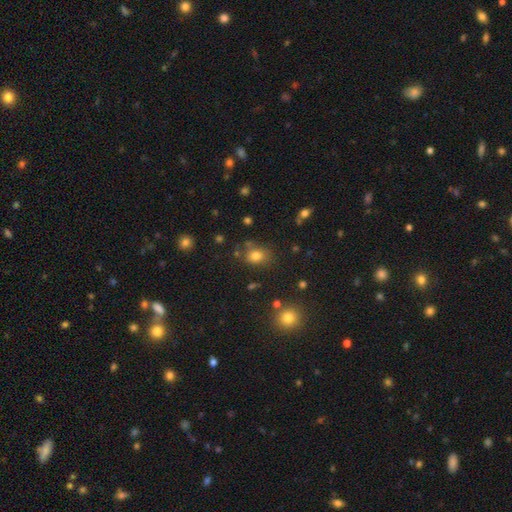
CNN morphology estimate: This appears to be a smooth galaxy with no disk features (77%) that is in between round and cigar-shaped (51%). Merging: none (71%).